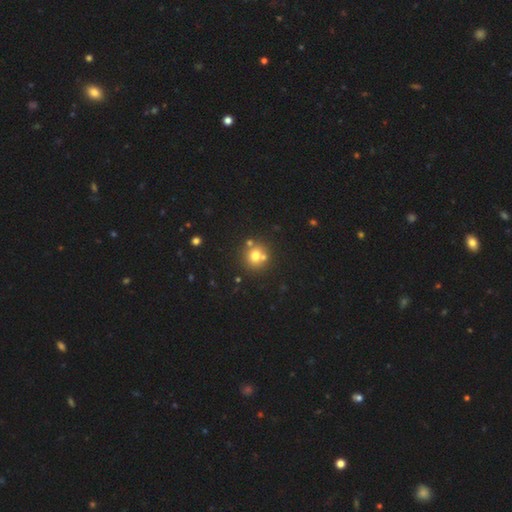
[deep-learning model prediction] This appears to be a smooth galaxy with no disk features (69%) that is round (87%). Merging: none (63%).